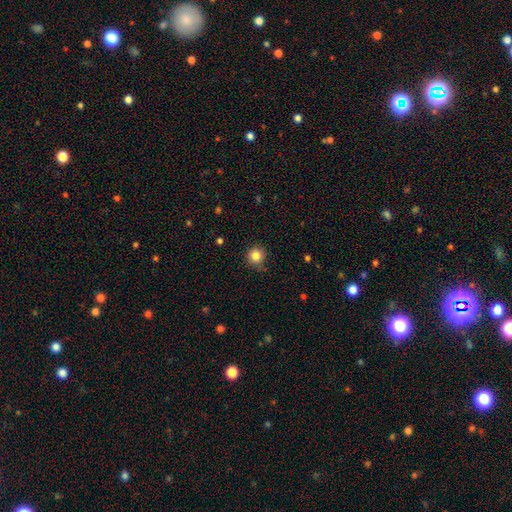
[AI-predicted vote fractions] Smooth or featured? smooth (84%)
How rounded? round (93%)
Merging? none (82%)